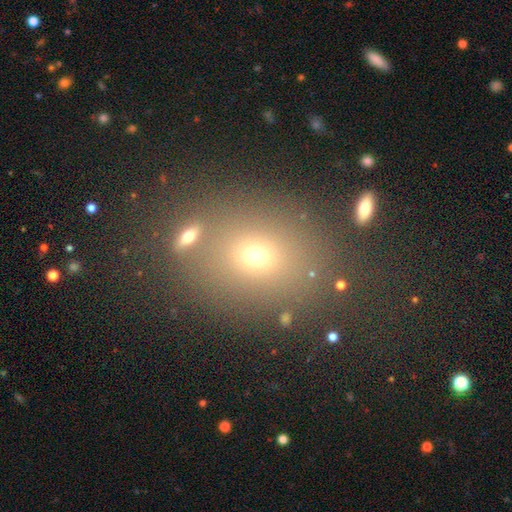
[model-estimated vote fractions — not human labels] This is likely a smooth galaxy (66%). How rounded: possibly in between (50%). Merging: likely none (69%).